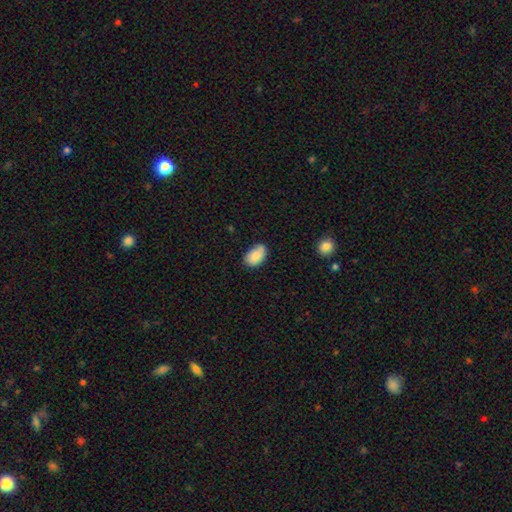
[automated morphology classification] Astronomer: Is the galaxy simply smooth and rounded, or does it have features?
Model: smooth — 85%.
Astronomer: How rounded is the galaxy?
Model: in between — 90%.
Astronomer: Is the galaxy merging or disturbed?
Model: none — 65%.